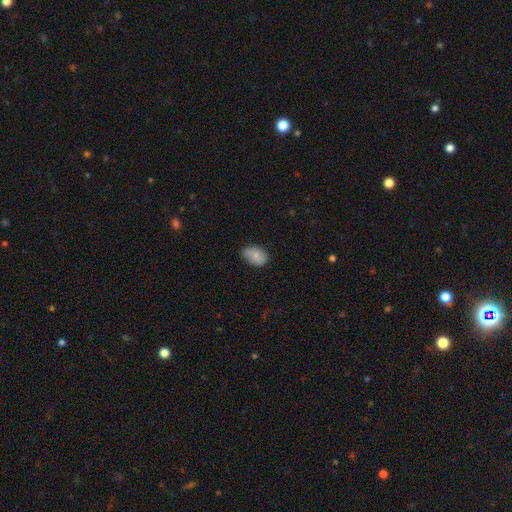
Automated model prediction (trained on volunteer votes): smooth-or-featured: smooth: 77% | featured or disk: 15% | star or artifact: 7%
  how-rounded: in between: 84% | round: 14% | cigar-shaped: 1%
  merging: none: 69% | minor disturbance: 25% | major disturbance: 4% | merger: 1%